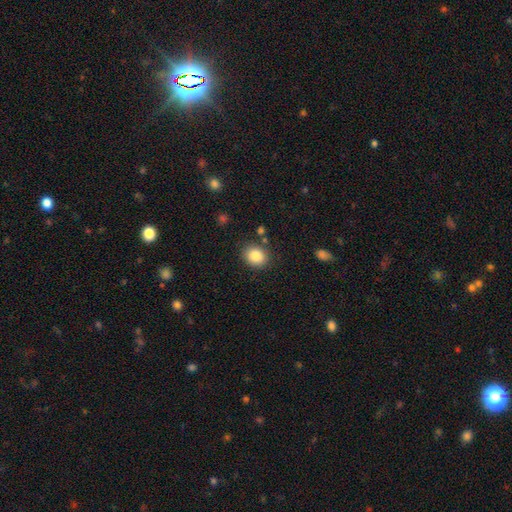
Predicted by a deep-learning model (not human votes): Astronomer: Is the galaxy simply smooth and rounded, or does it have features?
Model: smooth — 85%.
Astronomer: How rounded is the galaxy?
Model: round — 62% (runner-up: in between, 37%).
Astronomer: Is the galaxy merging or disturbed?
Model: none — 83%.